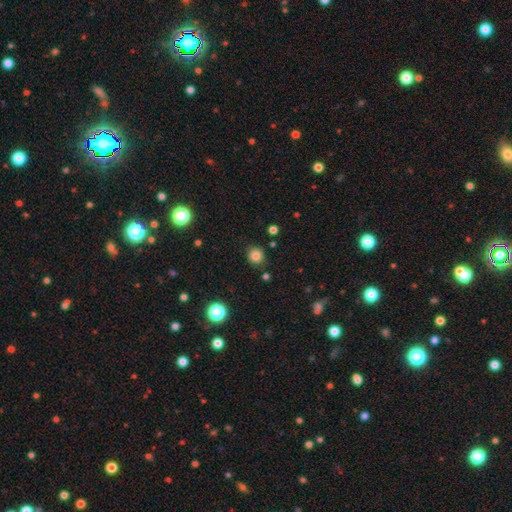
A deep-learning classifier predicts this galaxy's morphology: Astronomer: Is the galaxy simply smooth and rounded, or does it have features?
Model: smooth — 82%.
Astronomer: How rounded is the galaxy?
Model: round — 91%.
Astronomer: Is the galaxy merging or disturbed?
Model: none — 86%.